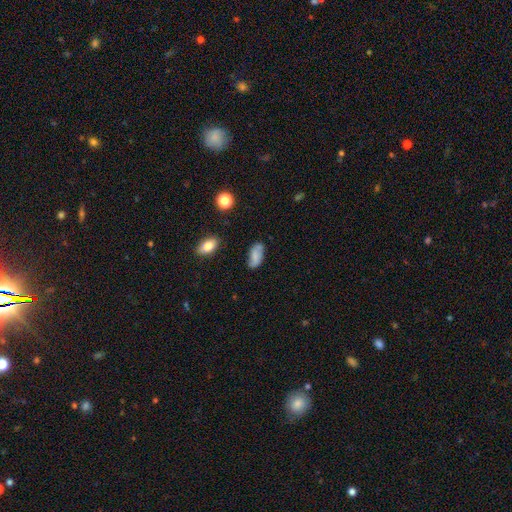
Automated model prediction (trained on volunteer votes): Smooth or featured: smooth — 66% (featured or disk — 25%)
How rounded: in between — 91% (cigar-shaped — 5%)
Merging: none — 71% (minor disturbance — 21%)